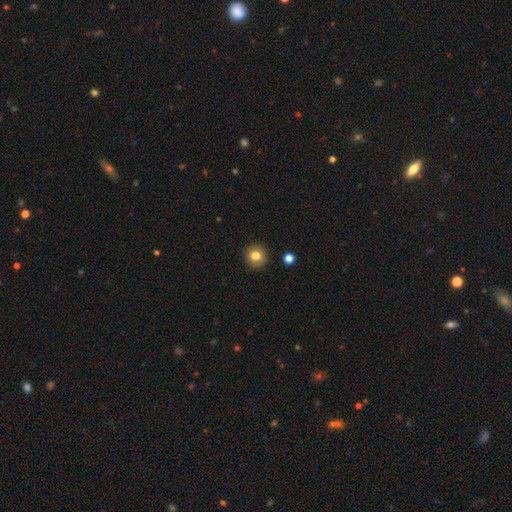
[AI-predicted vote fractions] Morphology: type=smooth (81%); roundness=round (90%); merging=none (90%).